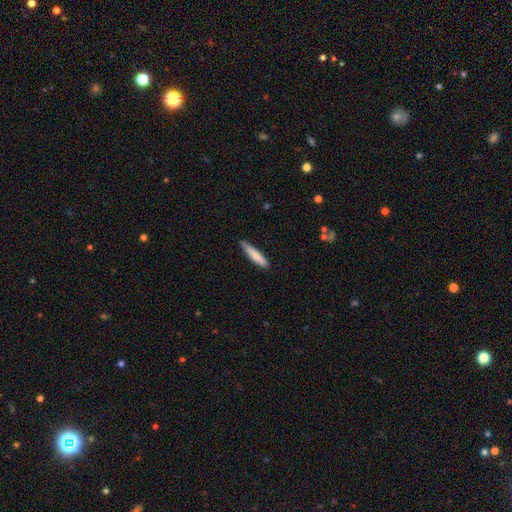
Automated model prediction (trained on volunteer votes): smooth-or-featured: smooth: 79% | featured or disk: 15% | star or artifact: 6%
  how-rounded: cigar-shaped: 89% | in between: 10% | round: 1%
  merging: none: 79% | minor disturbance: 17% | major disturbance: 2% | merger: 1%